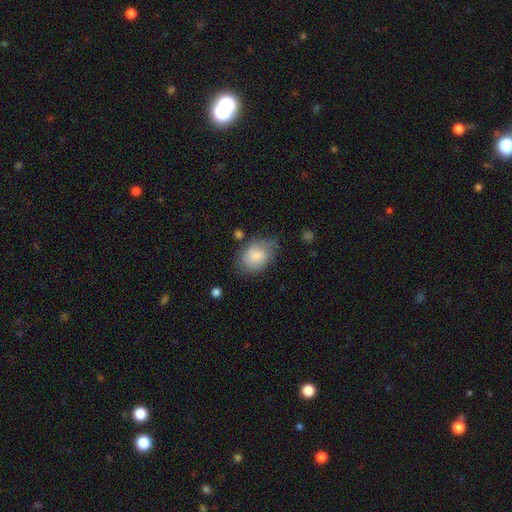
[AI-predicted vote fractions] smooth 77%, featured or disk 16%, star or artifact 7%. Down the decision tree: how rounded — in between (74%); merging — none (56%).